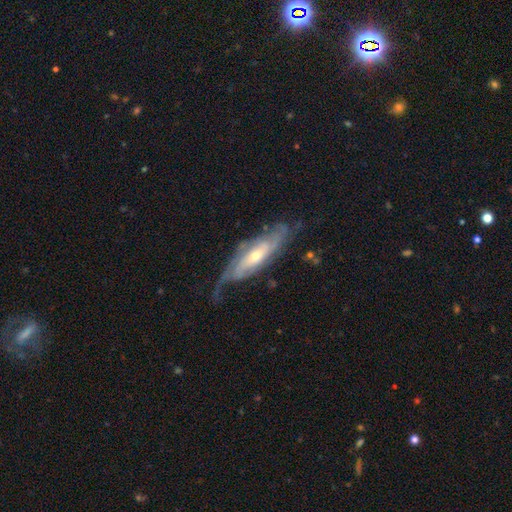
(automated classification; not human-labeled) featured or disk 82%, smooth 13%, star or artifact 5%. Down the decision tree: edge-on disk — no (78%); bar — no (56%); spiral arms — yes (92%); spiral arm count — can't tell (39%); spiral winding — tight (50%); bulge size — small (52%); merging — none (60%).